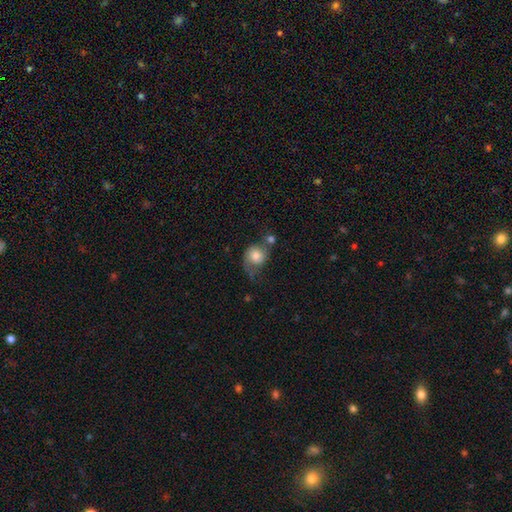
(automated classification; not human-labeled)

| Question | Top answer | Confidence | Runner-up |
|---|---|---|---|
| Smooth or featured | smooth | 64% | featured or disk (27%) |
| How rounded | round | 75% | in between (24%) |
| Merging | none | 35% | minor disturbance (23%) |